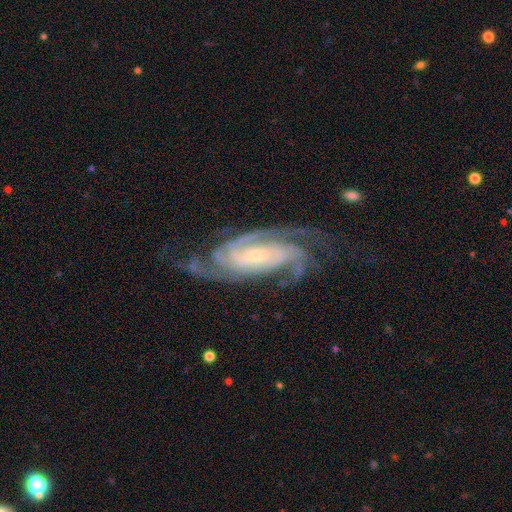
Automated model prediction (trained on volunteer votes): featured or disk 92%, star or artifact 4%, smooth 3%. Down the decision tree: edge-on disk — no (96%); bar — no (43%); spiral arms — yes (99%); spiral arm count — 3 (33%); spiral winding — tight (59%); bulge size — small (65%); merging — none (71%).